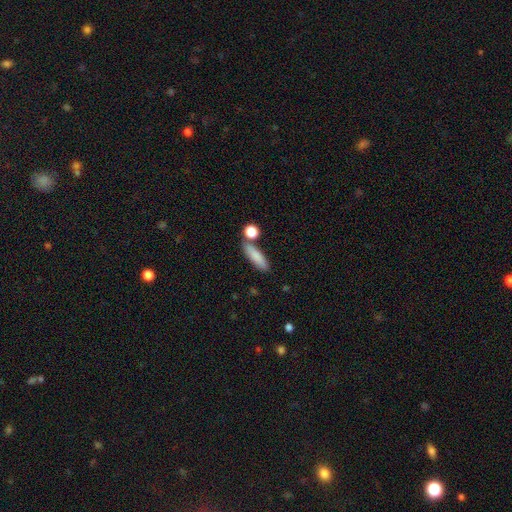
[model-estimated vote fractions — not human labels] Smooth or featured? smooth (83%)
How rounded? cigar-shaped (54%)
Merging? none (71%)